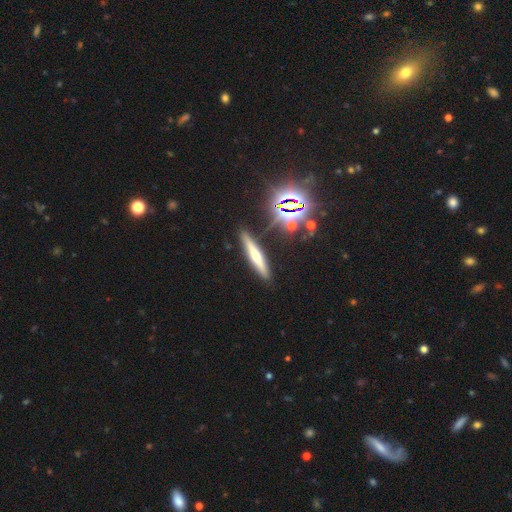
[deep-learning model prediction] This is possibly a featured or disk galaxy (46%). Merging: clearly none (87%).